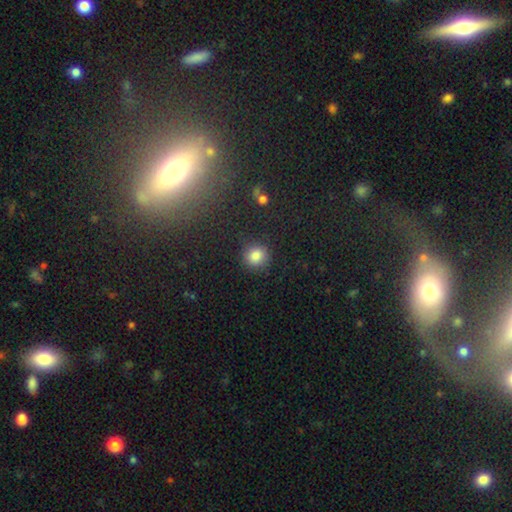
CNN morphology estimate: Smooth or featured? smooth (83%)
How rounded? round (87%)
Merging? none (85%)